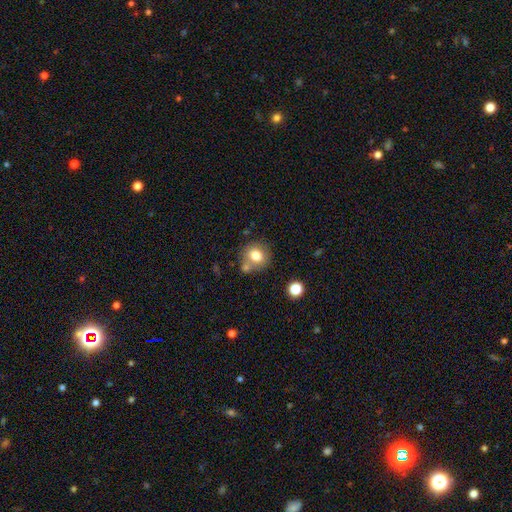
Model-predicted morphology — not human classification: Q: Smooth or featured?
A: smooth (78%); runner-up: featured or disk (12%)
Q: How rounded?
A: round (75%); runner-up: in between (24%)
Q: Merging?
A: none (61%); runner-up: merger (19%)